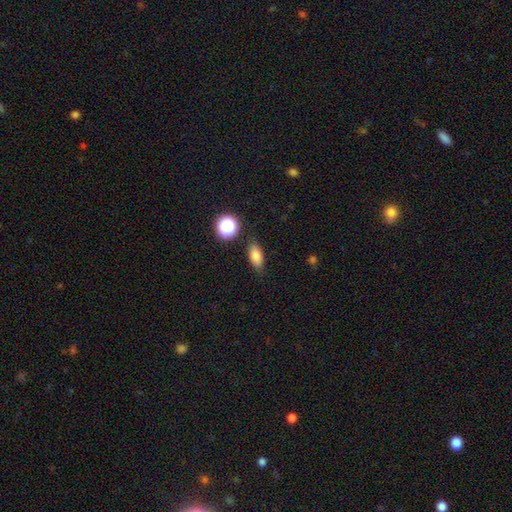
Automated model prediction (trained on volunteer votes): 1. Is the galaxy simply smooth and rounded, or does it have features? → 81% smooth, 11% star or artifact, 9% featured or disk.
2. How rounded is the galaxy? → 81% in between, 10% round, 9% cigar-shaped.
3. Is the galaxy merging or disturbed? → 82% none, 13% minor disturbance, 3% major disturbance, 2% merger.